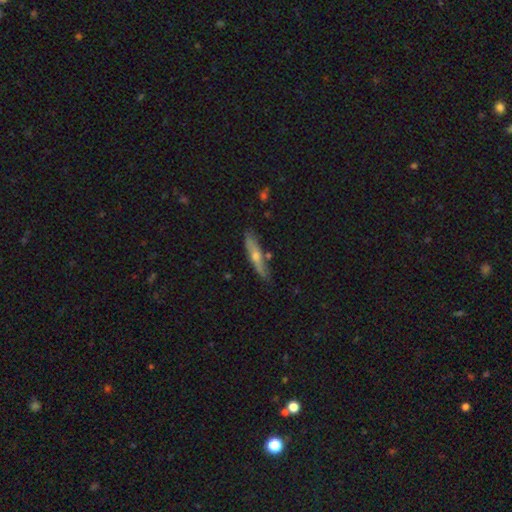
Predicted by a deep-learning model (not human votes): Smooth or featured? Predicted: featured or disk (p=0.49). Merging? Predicted: none (p=0.76).